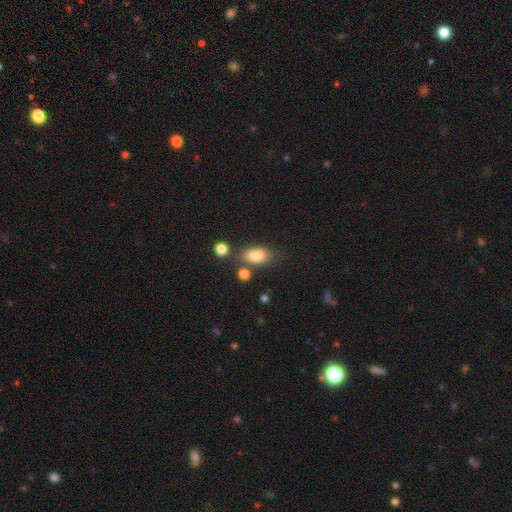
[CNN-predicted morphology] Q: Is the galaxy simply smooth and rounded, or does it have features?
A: smooth — 83%.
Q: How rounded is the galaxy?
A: in between — 86%.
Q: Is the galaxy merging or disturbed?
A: none — 66%.